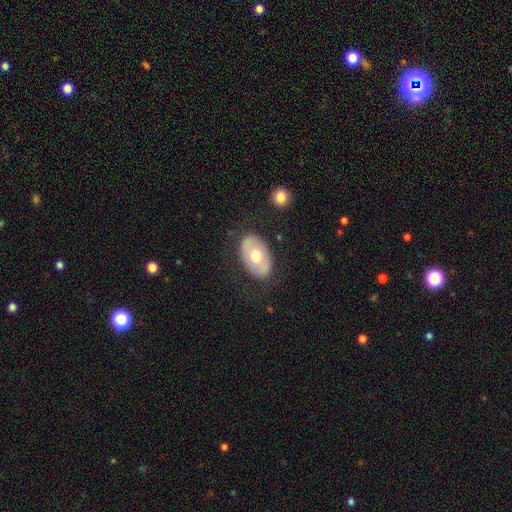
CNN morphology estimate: Q: Smooth or featured?
A: smooth (56%); runner-up: featured or disk (38%)
Q: How rounded?
A: in between (88%); runner-up: round (10%)
Q: Merging?
A: none (80%); runner-up: minor disturbance (14%)